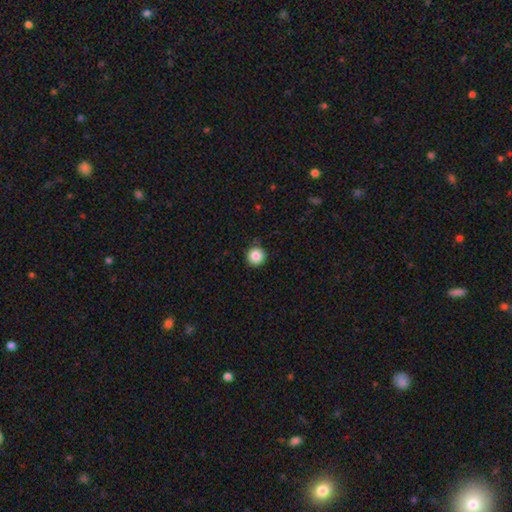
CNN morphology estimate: smooth-or-featured: smooth: 87% | star or artifact: 10% | featured or disk: 4%
  how-rounded: round: 96% | in between: 3% | cigar-shaped: 1%
  merging: none: 88% | minor disturbance: 8% | major disturbance: 2% | merger: 1%